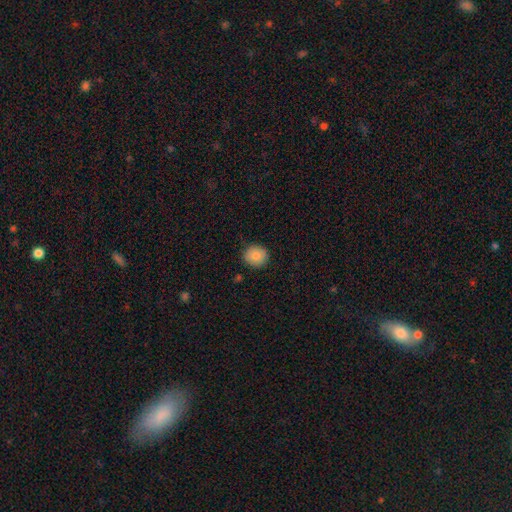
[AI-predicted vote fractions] Smooth or featured?
  - smooth: 87% *
  - star or artifact: 8%
  - featured or disk: 5%
How rounded?
  - round: 87% *
  - in between: 12%
  - cigar-shaped: 1%
Merging?
  - none: 89% *
  - minor disturbance: 8%
  - major disturbance: 2%
  - merger: 1%